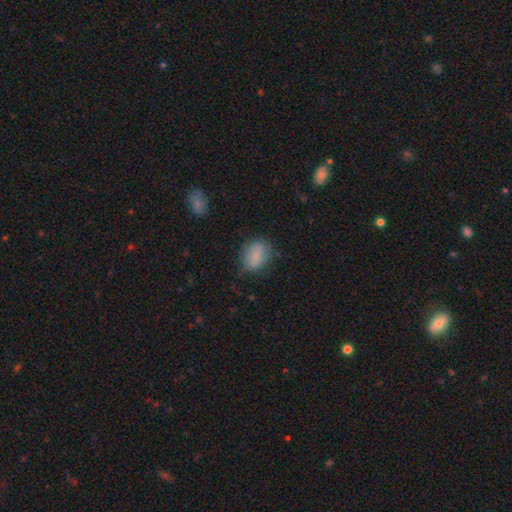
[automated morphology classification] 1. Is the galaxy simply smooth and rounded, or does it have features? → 84% smooth, 8% star or artifact, 8% featured or disk.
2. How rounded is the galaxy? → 69% in between, 30% round, 2% cigar-shaped.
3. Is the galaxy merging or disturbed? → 74% none, 19% minor disturbance, 5% major disturbance, 1% merger.